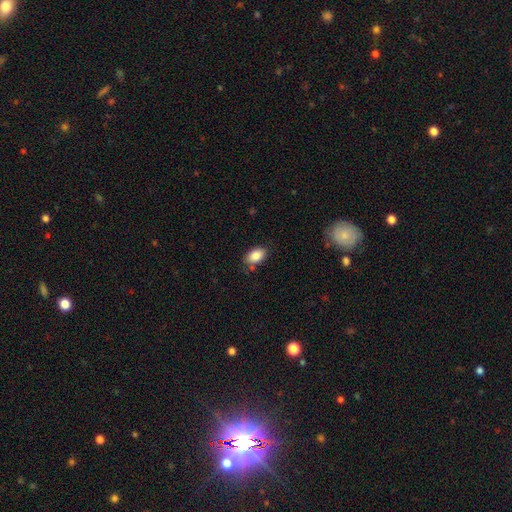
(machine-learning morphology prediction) Q: Smooth or featured?
A: smooth (87%); runner-up: star or artifact (7%)
Q: How rounded?
A: in between (91%); runner-up: round (8%)
Q: Merging?
A: none (78%); runner-up: minor disturbance (15%)